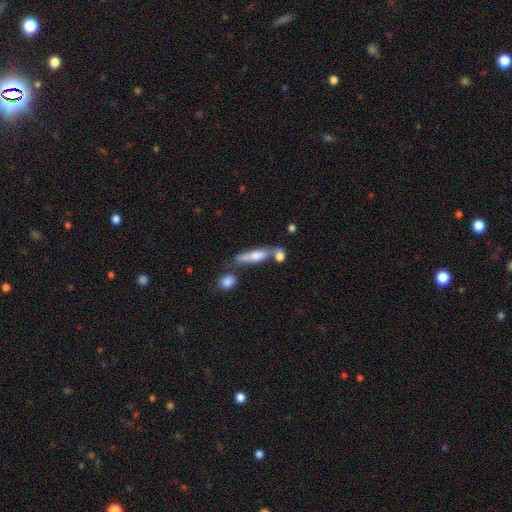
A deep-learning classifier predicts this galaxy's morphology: Smooth or featured? Predicted: smooth (p=0.47). Merging? Predicted: none (p=0.55).